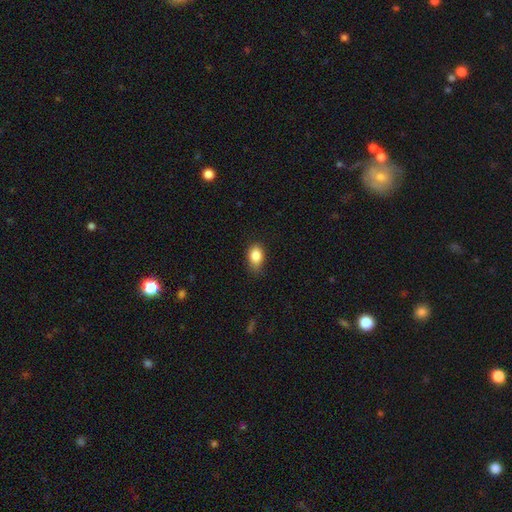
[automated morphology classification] Smooth or featured? smooth (86%)
How rounded? in between (78%)
Merging? none (70%)